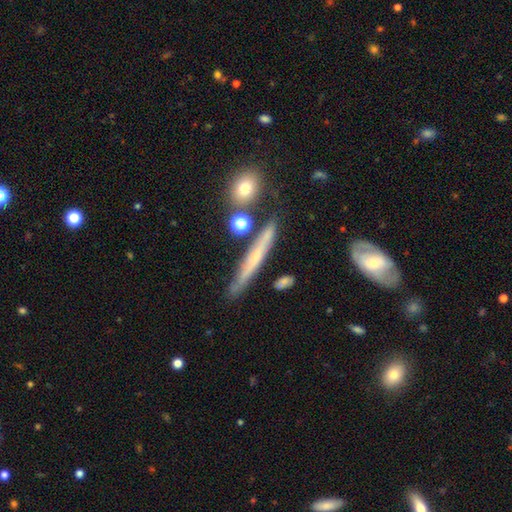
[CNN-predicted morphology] smooth_or_featured: featured or disk (p=0.56) [alt: smooth p=0.36]
disk_edge_on: yes (p=0.90) [alt: no p=0.10]
edge_on_bulge: none (p=0.56) [alt: rounded p=0.38]
merging: none (p=0.76) [alt: minor disturbance p=0.15]